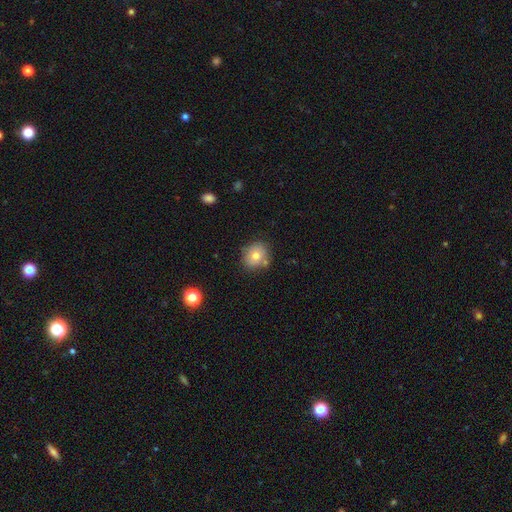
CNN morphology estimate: smooth_or_featured: smooth (p=0.76) [alt: featured or disk p=0.13]
how_rounded: round (p=0.70) [alt: in between p=0.29]
merging: none (p=0.76) [alt: minor disturbance p=0.13]